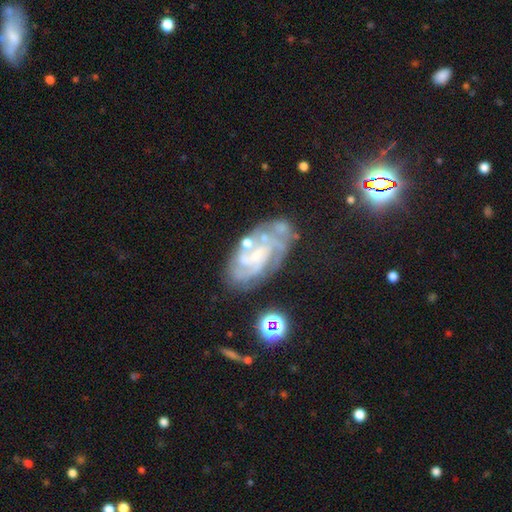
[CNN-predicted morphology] Smooth or featured? Predicted: featured or disk (p=0.79). Edge-on disk? Predicted: no (p=0.96). Bar? Predicted: no (p=0.53). Spiral arms? Predicted: yes (p=0.90). Spiral winding? Predicted: tight (p=0.57). Spiral arm count? Predicted: can't tell (p=0.39). Bulge size? Predicted: small (p=0.49). Merging? Predicted: none (p=0.63).